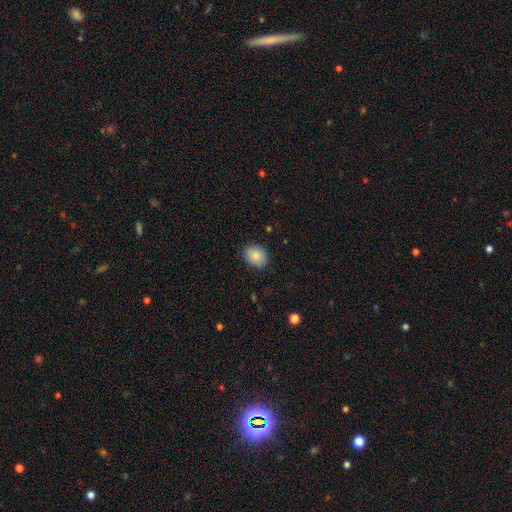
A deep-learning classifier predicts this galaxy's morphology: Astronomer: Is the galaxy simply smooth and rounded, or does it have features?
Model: smooth — 87%.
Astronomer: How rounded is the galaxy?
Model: in between — 55% (runner-up: round, 45%).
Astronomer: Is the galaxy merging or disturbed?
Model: none — 87%.